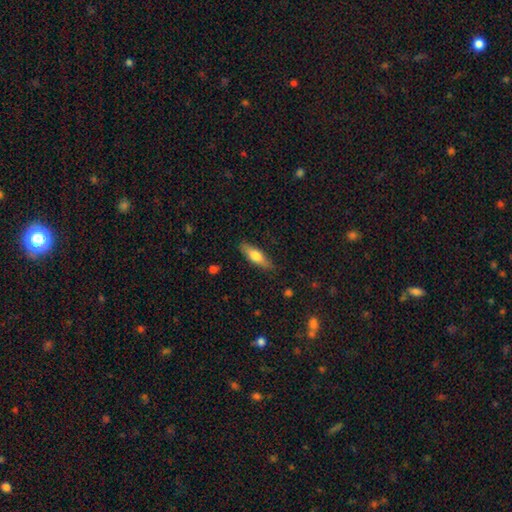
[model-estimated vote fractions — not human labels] A smooth galaxy with no disk features (68%) that is in between round and cigar-shaped (49%, tied with cigar-shaped).

Vote fractions:
- Smooth or featured? smooth: 68% / featured or disk: 26% / star or artifact: 6%
- How rounded? in between: 49% (tied) / cigar-shaped: 49% (tied) / round: 2%
- Merging? none: 84% / minor disturbance: 12% / major disturbance: 3% / merger: 1%